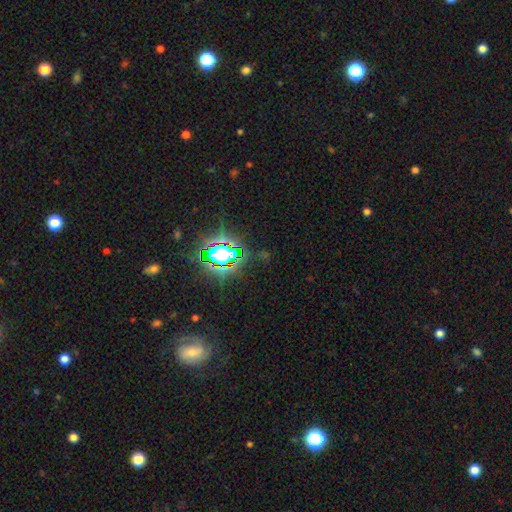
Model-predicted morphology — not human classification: The model was most divided on "smooth or featured": star or artifact: 80%, smooth: 12%, featured or disk: 8%.